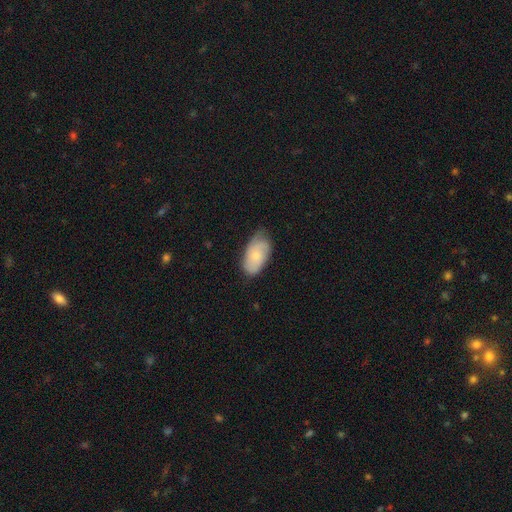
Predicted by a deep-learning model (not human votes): smooth_or_featured: smooth (p=0.60) [alt: featured or disk p=0.33]
how_rounded: in between (p=0.93) [alt: round p=0.04]
merging: none (p=0.57) [alt: minor disturbance p=0.34]